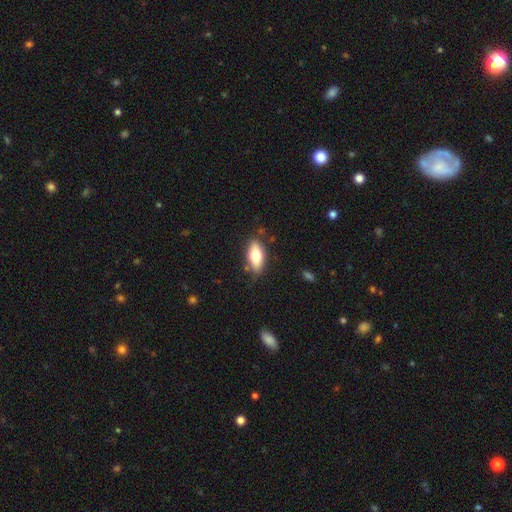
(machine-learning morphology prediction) Overall: smooth (70%). How rounded: in between (83%). Merging: none (83%).